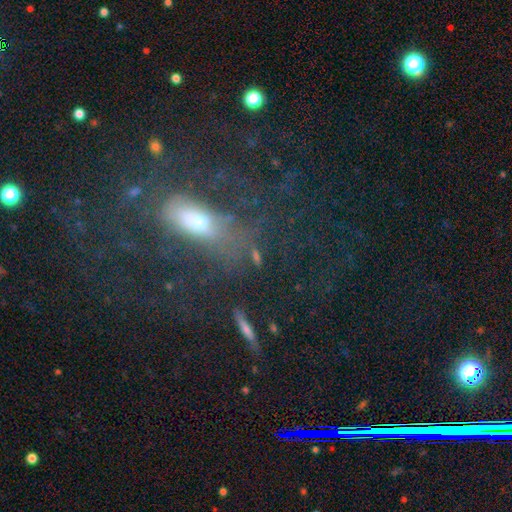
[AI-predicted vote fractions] Smooth or featured? featured or disk (41%)
Merging? none (53%)